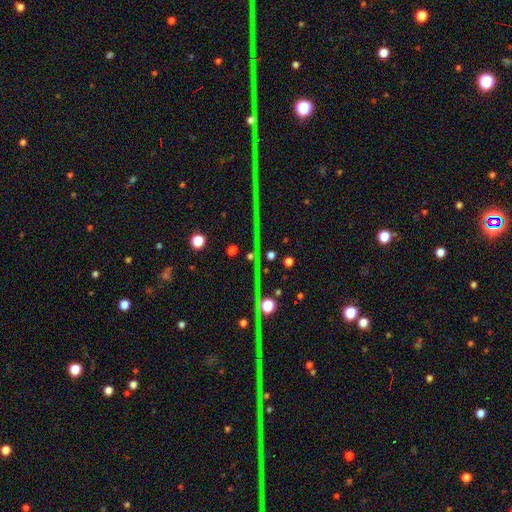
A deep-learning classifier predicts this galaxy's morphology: A star or artifact, not a galaxy (64%).